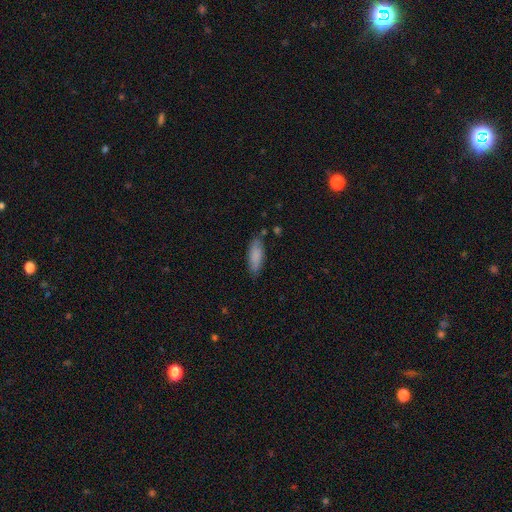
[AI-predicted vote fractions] Overall: smooth (84%). How rounded: in between (68%; cigar-shaped 30%). Merging: none (74%).